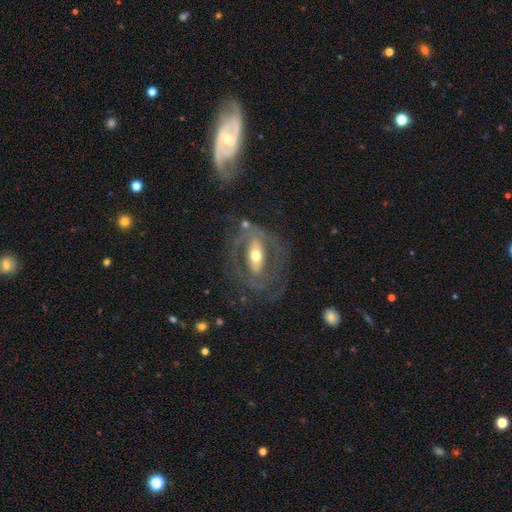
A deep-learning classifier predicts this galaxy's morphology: Smooth or featured?
  - featured or disk: 78% *
  - smooth: 16%
  - star or artifact: 6%
Edge-on disk?
  - no: 89% *
  - yes: 11%
Bar?
  - strong: 50% *
  - weak: 26%
  - no: 24%
Spiral arms?
  - yes: 58% *
  - no: 42%
Bulge size?
  - moderate: 68% *
  - small: 20%
  - large: 10%
  - dominant: 1%
  - none: 1%
Merging?
  - none: 60% *
  - major disturbance: 19%
  - minor disturbance: 18%
  - merger: 3%